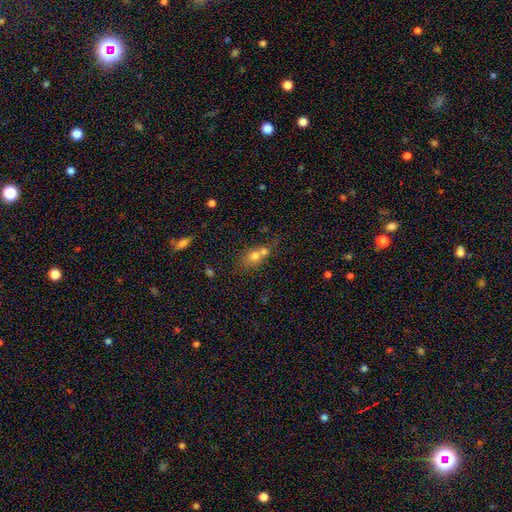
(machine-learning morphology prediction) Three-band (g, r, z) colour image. It shows a smooth galaxy with no disk features (65%) that is round (56%). Merging: merger (52%).